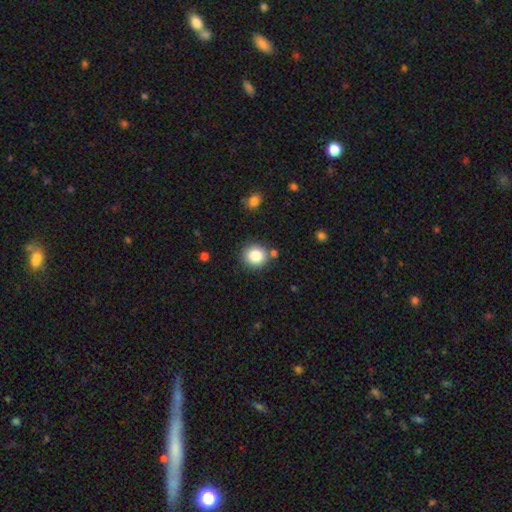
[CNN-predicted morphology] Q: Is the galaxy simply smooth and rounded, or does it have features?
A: smooth — 85%.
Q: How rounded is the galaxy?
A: round — 88%.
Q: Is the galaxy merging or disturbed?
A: none — 82%.